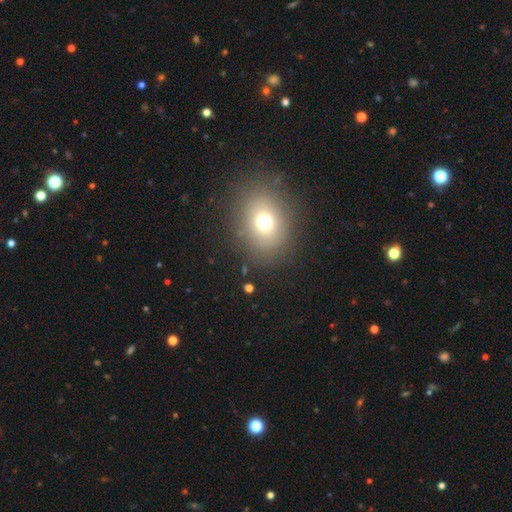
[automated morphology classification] Smooth or featured: smooth — 62% (star or artifact — 27%)
How rounded: in between — 52% (round — 47%)
Merging: none — 90% (minor disturbance — 6%)